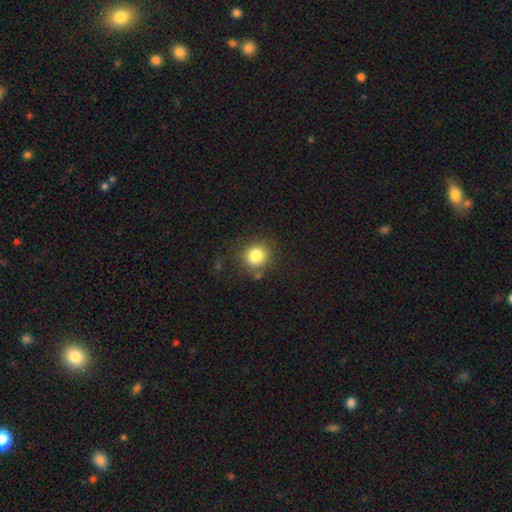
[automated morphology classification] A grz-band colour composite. It shows a smooth galaxy with no disk features (83%) that is round (84%). Merging: none (79%).